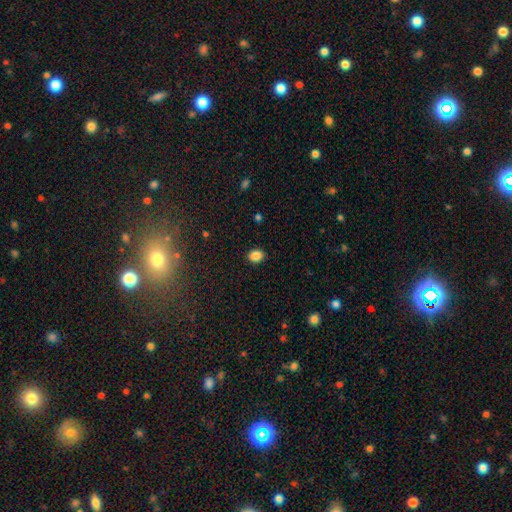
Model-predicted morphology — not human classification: A smooth galaxy with no disk features (87%) that is in between round and cigar-shaped (55%). Merging: none (90%).